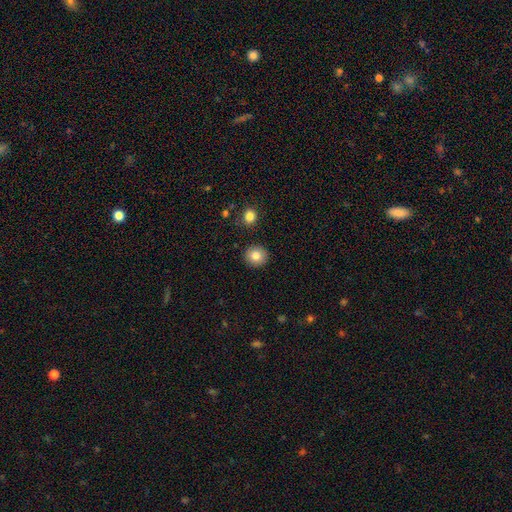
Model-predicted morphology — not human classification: smooth-or-featured: smooth: 82% | star or artifact: 10% | featured or disk: 8%
  how-rounded: round: 91% | in between: 8% | cigar-shaped: 1%
  merging: none: 91% | minor disturbance: 6% | major disturbance: 2% | merger: 2%